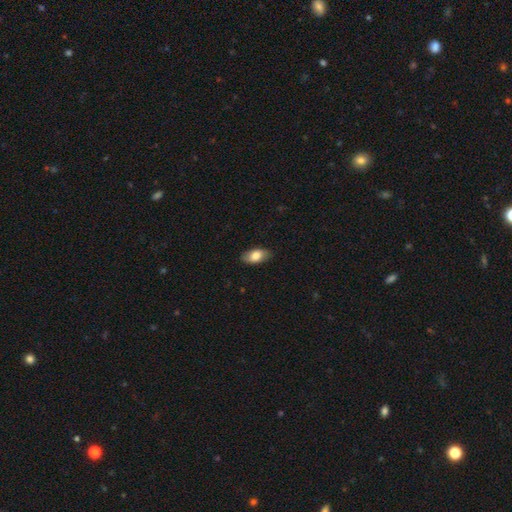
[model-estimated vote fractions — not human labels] Smooth or featured?
  - smooth: 78% *
  - featured or disk: 15%
  - star or artifact: 6%
How rounded?
  - in between: 92% *
  - round: 4%
  - cigar-shaped: 4%
Merging?
  - none: 85% *
  - minor disturbance: 12%
  - major disturbance: 2%
  - merger: 1%